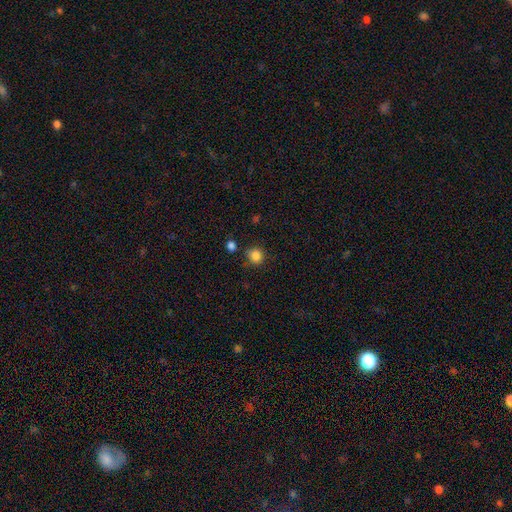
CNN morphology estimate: The model was most divided on "merging": none: 79%, minor disturbance: 13%, merger: 5%, major disturbance: 4%. More confident: how rounded — round (86%); smooth or featured — smooth (84%).